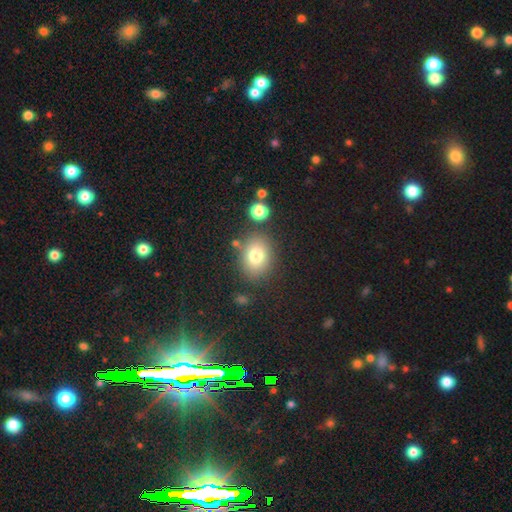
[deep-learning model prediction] smooth 77%, star or artifact 12%, featured or disk 11%. Down the decision tree: how rounded — in between (53%); merging — none (78%).